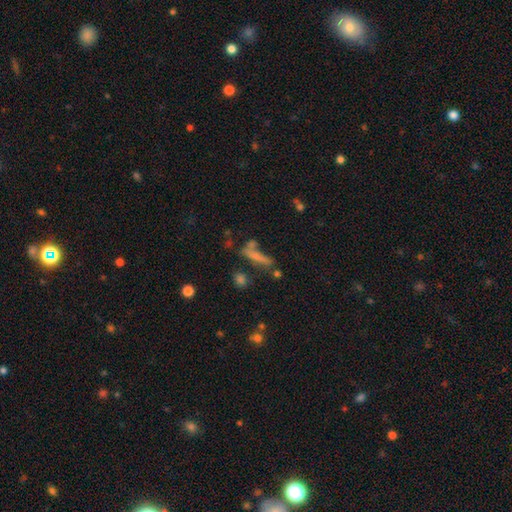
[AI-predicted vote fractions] smooth-or-featured: smooth: 60% | featured or disk: 24% | star or artifact: 16%
  how-rounded: cigar-shaped: 78% | in between: 18% | round: 4%
  merging: none: 49% | merger: 21% | minor disturbance: 17% | major disturbance: 13%